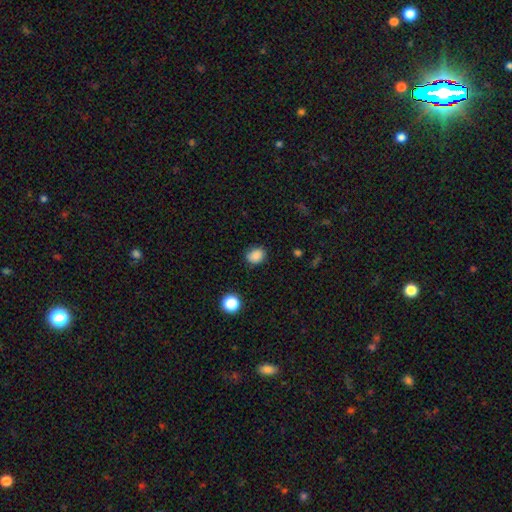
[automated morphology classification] Q: Smooth or featured?
A: smooth (86%); runner-up: star or artifact (10%)
Q: How rounded?
A: in between (50%); runner-up: round (49%)
Q: Merging?
A: none (82%); runner-up: minor disturbance (14%)